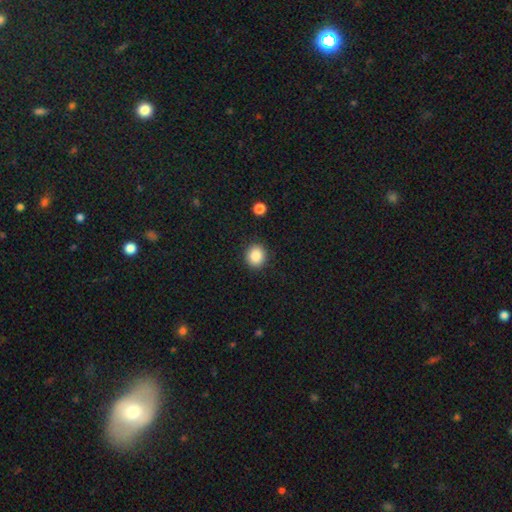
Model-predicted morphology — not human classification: A smooth galaxy with no disk features (87%) that is round (81%).

Vote fractions:
- Smooth or featured? smooth: 87% / star or artifact: 9% / featured or disk: 4%
- How rounded? round: 81% / in between: 18% / cigar-shaped: 1%
- Merging? none: 89% / minor disturbance: 7% / major disturbance: 2% / merger: 2%